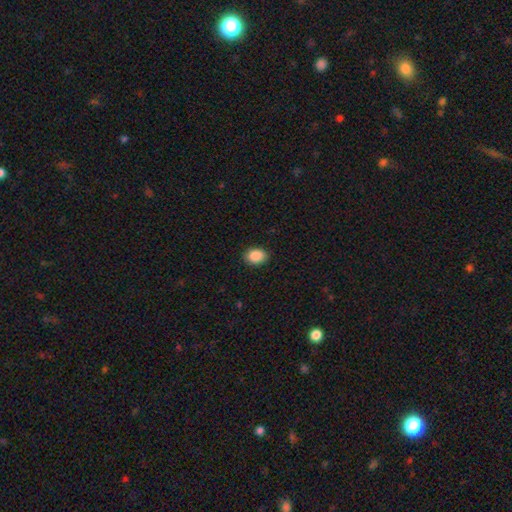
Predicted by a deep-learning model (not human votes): Smooth or featured? Predicted: smooth (p=0.89). How rounded? Predicted: in between (p=0.73). Merging? Predicted: none (p=0.88).